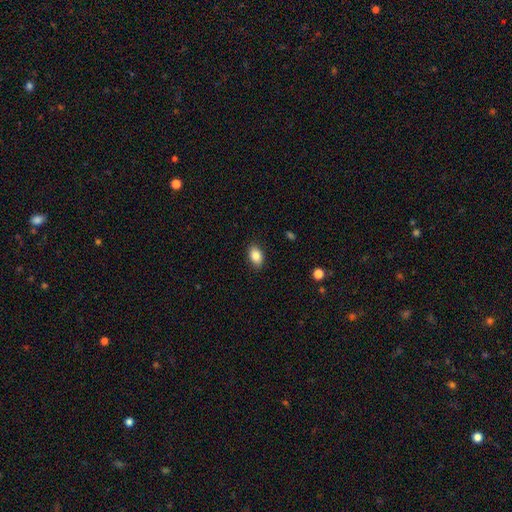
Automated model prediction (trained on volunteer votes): Overall: smooth (85%). How rounded: in between (87%). Merging: none (88%).